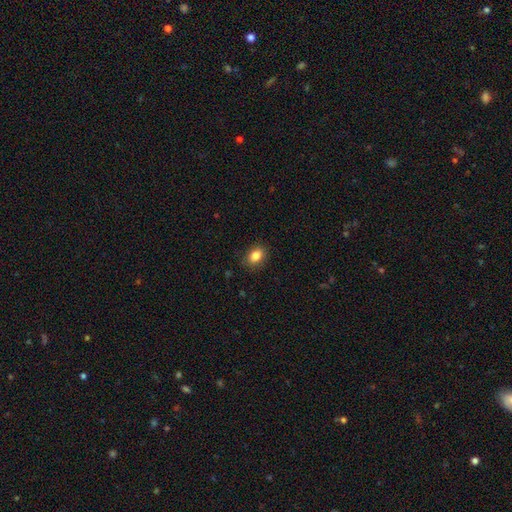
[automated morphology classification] Smooth or featured? Predicted: smooth (p=0.85). How rounded? Predicted: in between (p=0.68). Merging? Predicted: none (p=0.86).